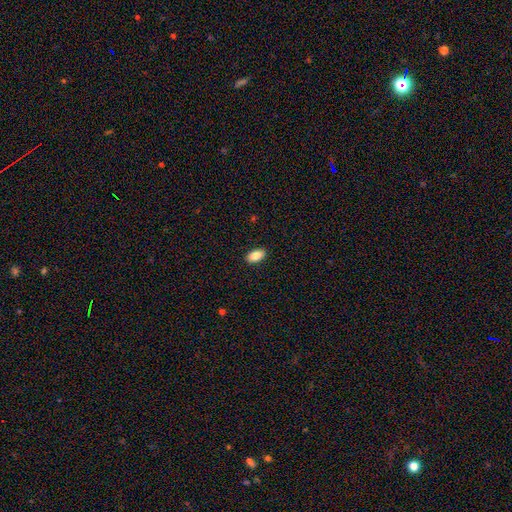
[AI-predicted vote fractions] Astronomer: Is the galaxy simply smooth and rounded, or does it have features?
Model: smooth — 85%.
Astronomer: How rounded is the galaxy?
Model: in between — 92%.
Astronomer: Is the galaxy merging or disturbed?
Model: none — 90%.